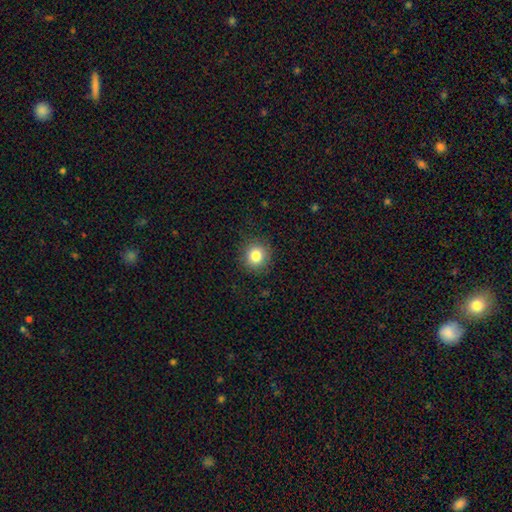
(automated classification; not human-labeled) The model was most divided on "smooth or featured": smooth: 83%, star or artifact: 11%, featured or disk: 6%. More confident: how rounded — round (91%); merging — none (89%).